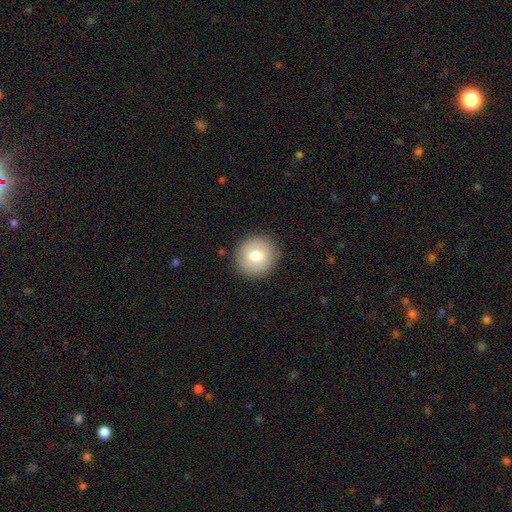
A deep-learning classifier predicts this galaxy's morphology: smooth 76%, featured or disk 15%, star or artifact 9%. Down the decision tree: how rounded — round (93%); merging — none (90%).